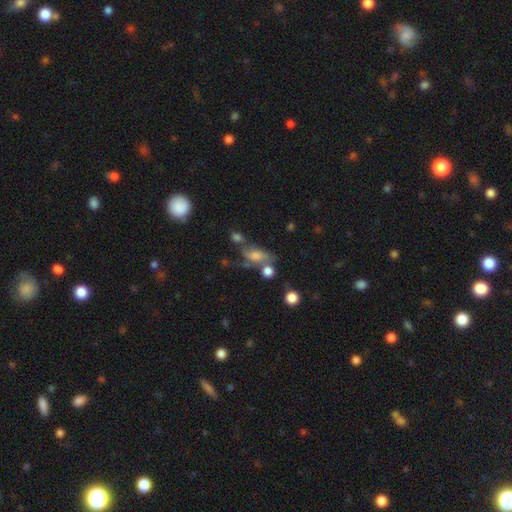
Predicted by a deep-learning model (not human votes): smooth_or_featured: featured or disk (p=0.45) [alt: smooth p=0.40]
merging: none (p=0.39) [alt: merger p=0.21]